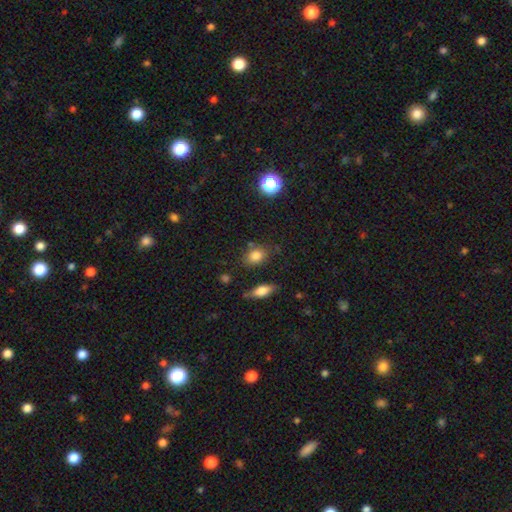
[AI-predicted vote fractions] smooth 80%, star or artifact 12%, featured or disk 8%. Down the decision tree: how rounded — in between (60%); merging — none (71%).